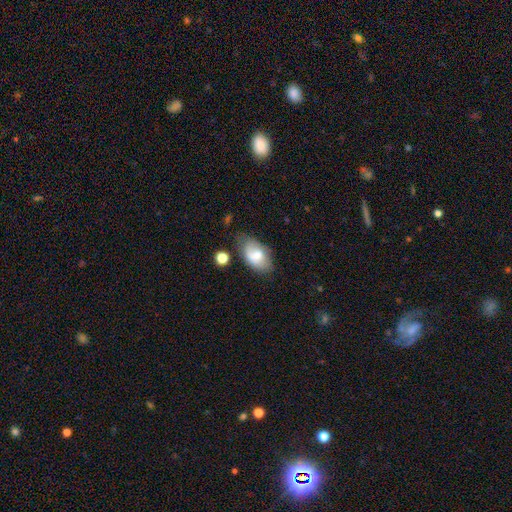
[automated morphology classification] smooth 69%, featured or disk 24%, star or artifact 8%. Down the decision tree: how rounded — in between (92%); merging — none (54%).